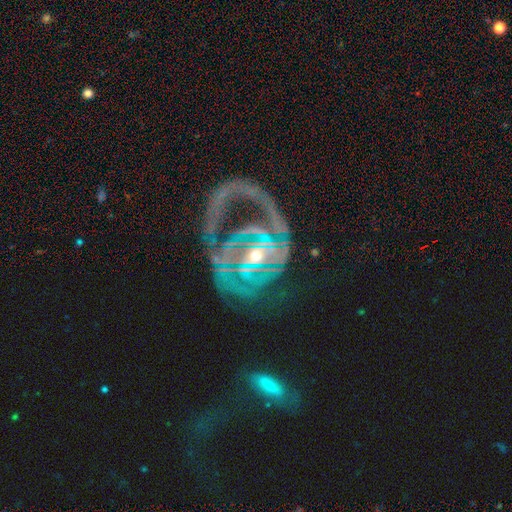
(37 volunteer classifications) A featured or disk galaxy (92%) with a weak bar (44%), 2 (90%) tight (58%) spiral arms (91%) and a small central bulge (74%). Merging: major disturbance (69%).